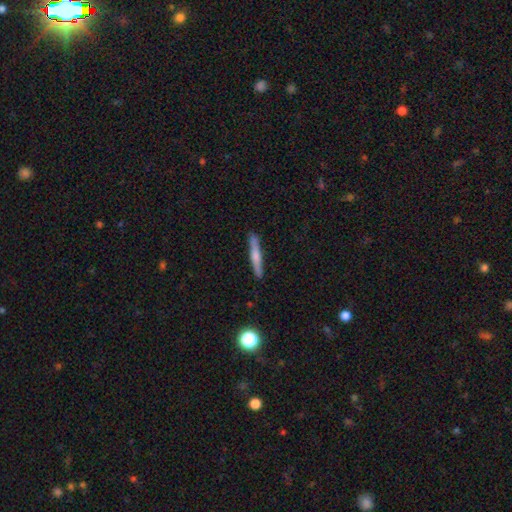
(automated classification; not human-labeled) A smooth galaxy with no disk features (52%) that is cigar-shaped (94%).

Vote fractions:
- Smooth or featured? smooth: 52% / featured or disk: 41% / star or artifact: 7%
- How rounded? cigar-shaped: 94% / in between: 5% / round: 2%
- Merging? none: 88% / minor disturbance: 9% / major disturbance: 2% / merger: 1%